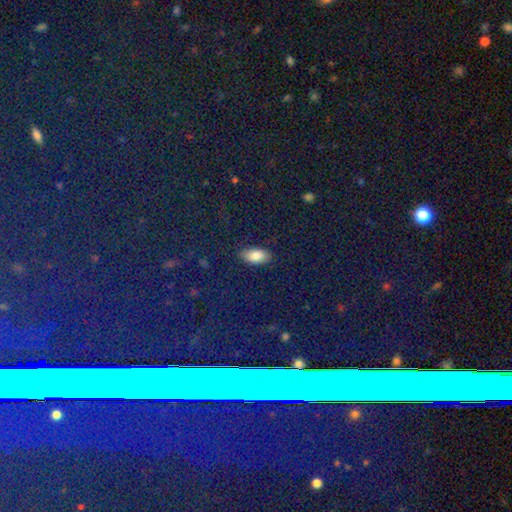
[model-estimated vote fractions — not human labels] Smooth or featured: smooth — 83% (star or artifact — 10%)
How rounded: in between — 91% (cigar-shaped — 5%)
Merging: none — 87% (minor disturbance — 9%)